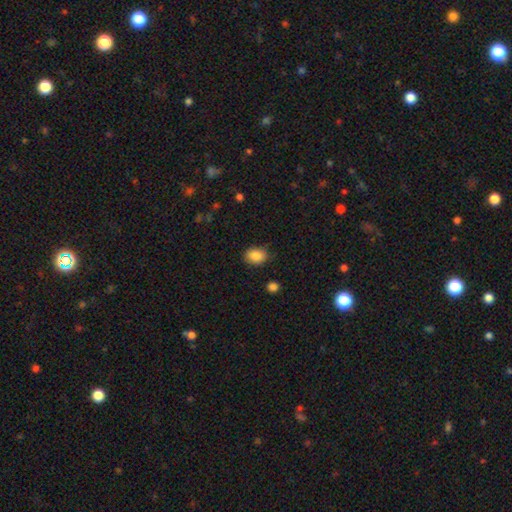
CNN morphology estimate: Overall: smooth (86%). How rounded: in between (60%; round 39%). Merging: none (81%).